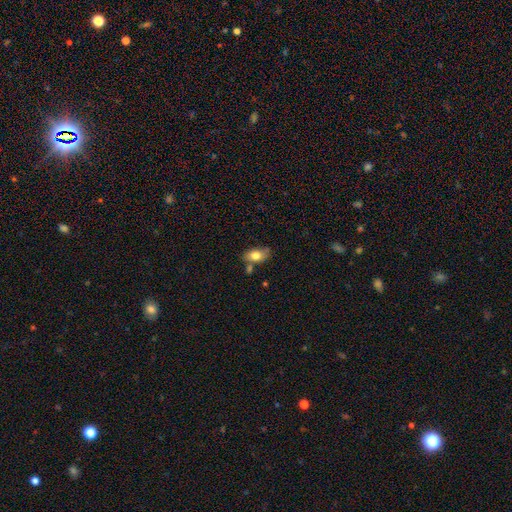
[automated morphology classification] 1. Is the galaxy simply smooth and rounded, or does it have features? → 76% smooth, 16% featured or disk, 8% star or artifact.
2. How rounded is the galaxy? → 88% in between, 8% round, 4% cigar-shaped.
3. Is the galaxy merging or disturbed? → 62% none, 19% minor disturbance, 15% merger, 5% major disturbance.